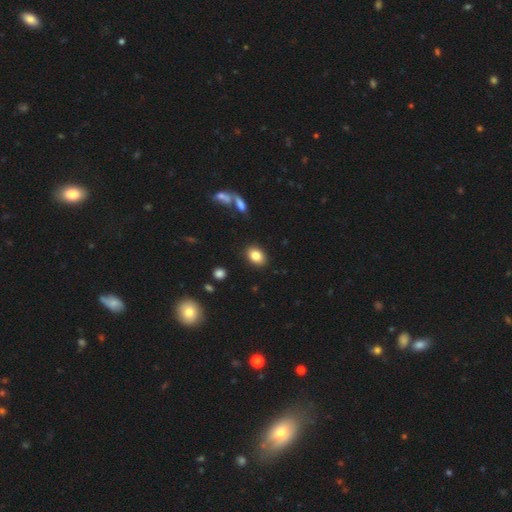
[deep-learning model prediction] smooth 84%, star or artifact 9%, featured or disk 7%. Down the decision tree: how rounded — in between (75%); merging — none (88%).